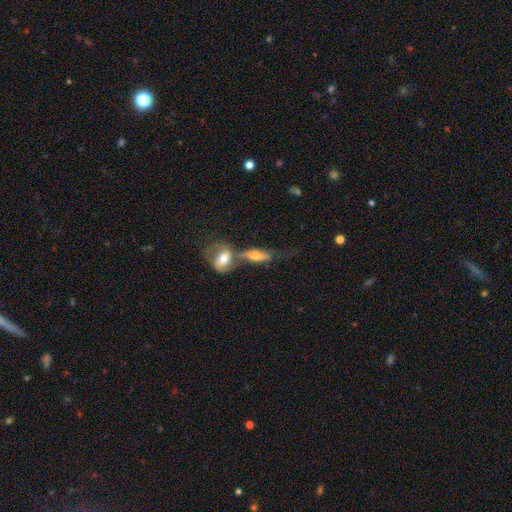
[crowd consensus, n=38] A smooth galaxy with no disk features (50%) that is in between round and cigar-shaped (63%). Merging: merger (46%).